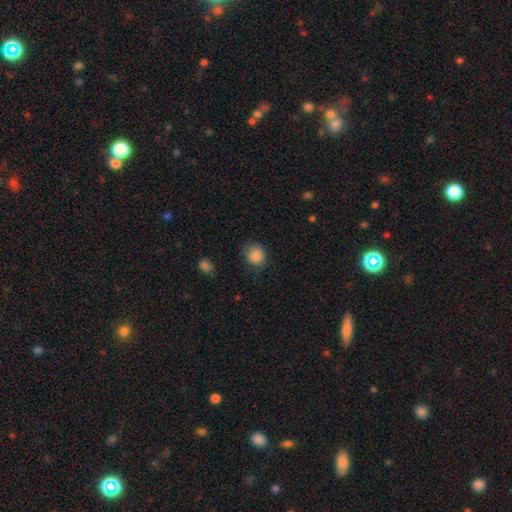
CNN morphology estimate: A smooth galaxy with no disk features (87%) that is round (80%).

Vote fractions:
- Smooth or featured? smooth: 87% / star or artifact: 9% / featured or disk: 4%
- How rounded? round: 80% / in between: 20% / cigar-shaped: 1%
- Merging? none: 77% / minor disturbance: 17% / major disturbance: 5% / merger: 1%